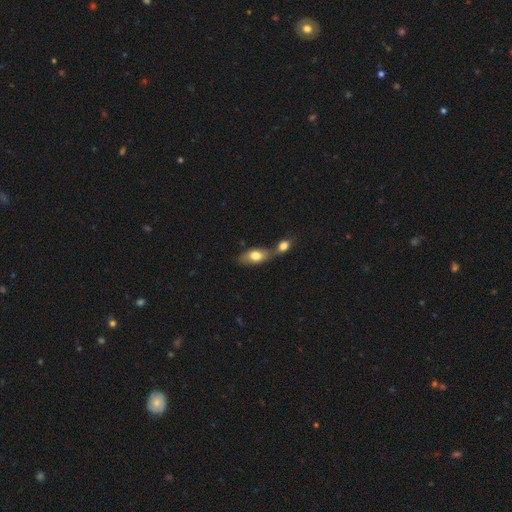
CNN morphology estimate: smooth 76%, featured or disk 17%, star or artifact 7%. Down the decision tree: how rounded — in between (86%); merging — merger (56%).